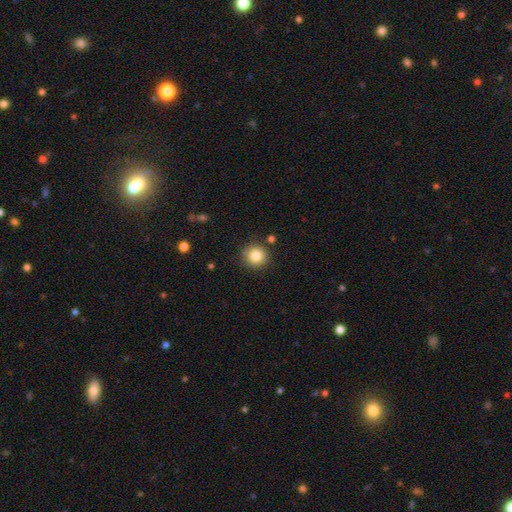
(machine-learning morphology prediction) type=smooth (84%); roundness=round (93%); merging=none (85%).